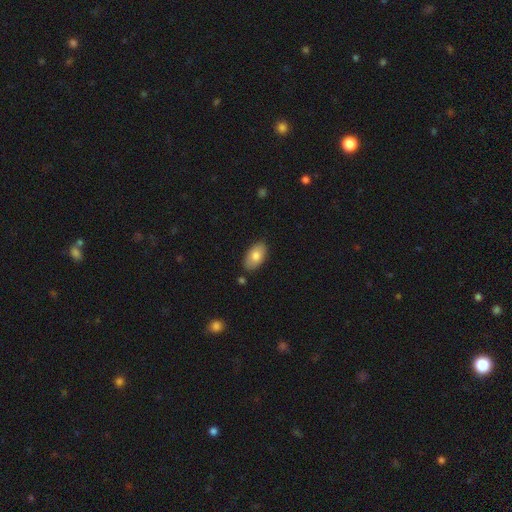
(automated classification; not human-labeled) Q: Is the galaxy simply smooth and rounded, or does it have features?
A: smooth — 79%.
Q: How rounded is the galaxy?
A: in between — 95%.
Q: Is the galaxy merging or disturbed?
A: none — 84%.